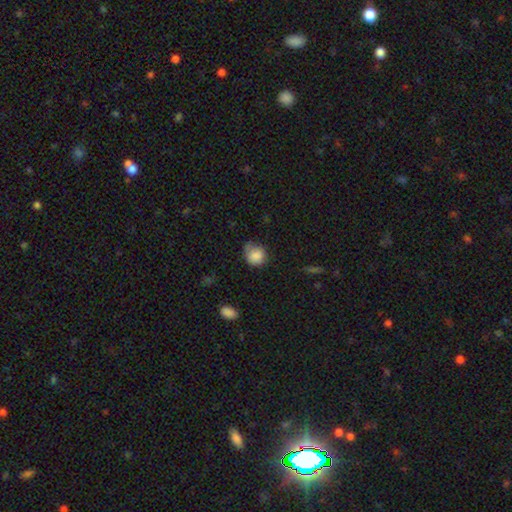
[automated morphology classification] smooth 85%, star or artifact 8%, featured or disk 6%. Down the decision tree: how rounded — round (76%); merging — none (50%).